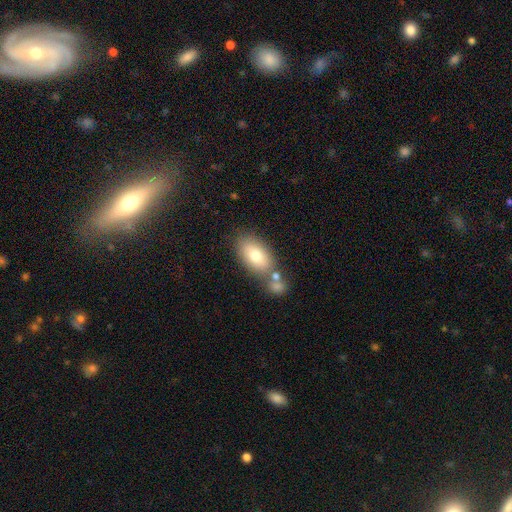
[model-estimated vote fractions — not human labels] smooth-or-featured: smooth: 74% | featured or disk: 19% | star or artifact: 8%
  how-rounded: in between: 91% | round: 7% | cigar-shaped: 2%
  merging: none: 62% | merger: 21% | minor disturbance: 13% | major disturbance: 4%